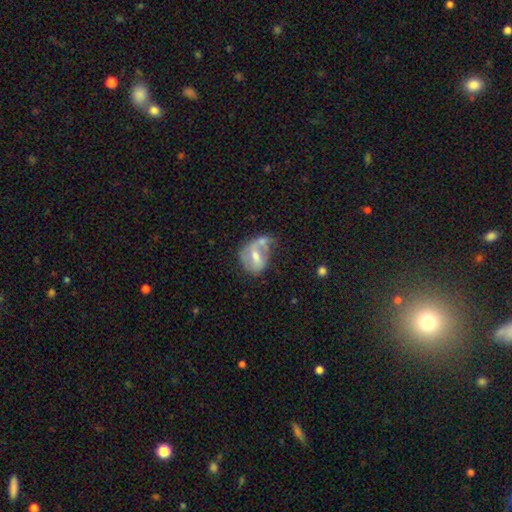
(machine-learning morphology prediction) Overall: featured or disk (54%; smooth 38%). Edge-on disk: no (96%). Bar: weak (47%; no 29%). Spiral arms: yes (56%; no 44%). Bulge size: moderate (60%; small 28%). Merging: merger (32%; none 27%).